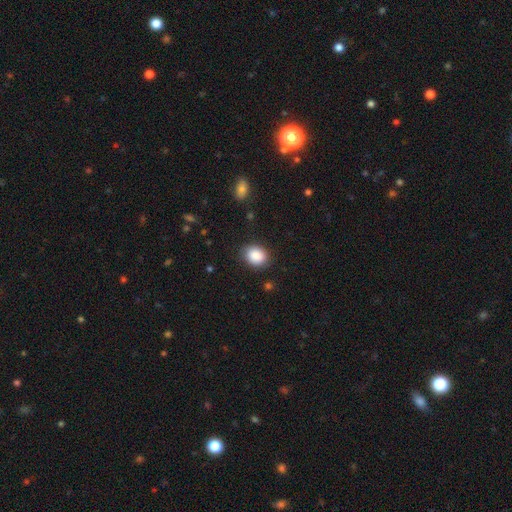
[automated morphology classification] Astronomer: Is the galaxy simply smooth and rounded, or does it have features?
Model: smooth — 88%.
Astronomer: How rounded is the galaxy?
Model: in between — 50% (runner-up: round, 49%).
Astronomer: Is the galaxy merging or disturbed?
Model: none — 86%.